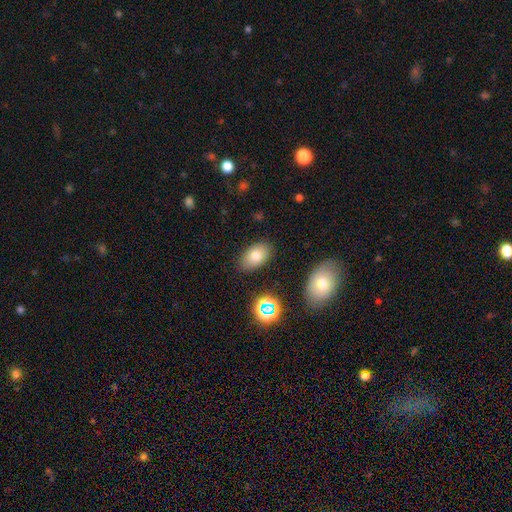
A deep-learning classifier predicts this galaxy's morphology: Smooth or featured? Predicted: smooth (p=0.75). How rounded? Predicted: in between (p=0.91). Merging? Predicted: none (p=0.83).